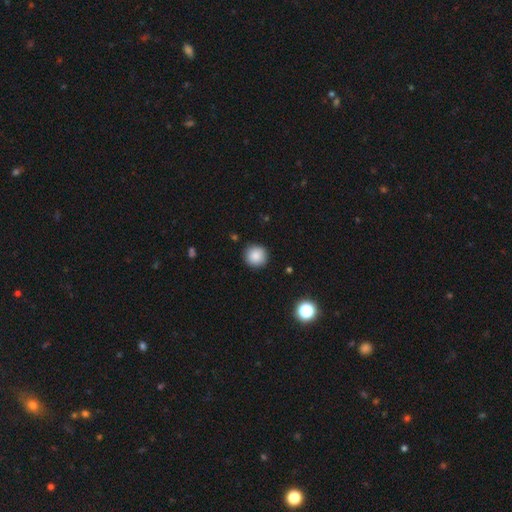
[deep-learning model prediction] Smooth or featured?
  - smooth: 86% *
  - star or artifact: 10%
  - featured or disk: 4%
How rounded?
  - round: 94% *
  - in between: 5%
  - cigar-shaped: 1%
Merging?
  - none: 91% *
  - minor disturbance: 6%
  - major disturbance: 2%
  - merger: 1%